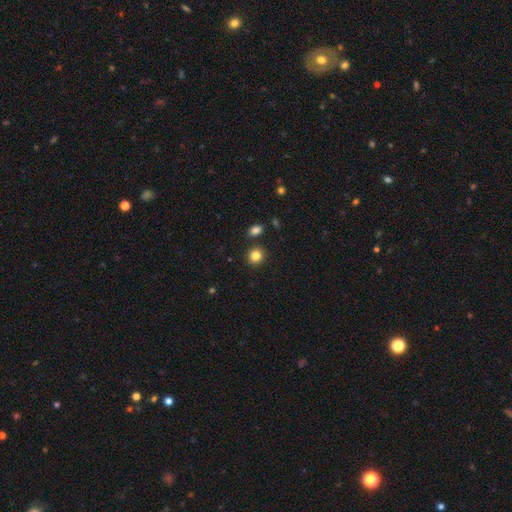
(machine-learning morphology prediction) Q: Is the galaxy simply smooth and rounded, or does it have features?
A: smooth — 84%.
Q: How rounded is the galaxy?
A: round — 86%.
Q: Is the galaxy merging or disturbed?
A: none — 86%.